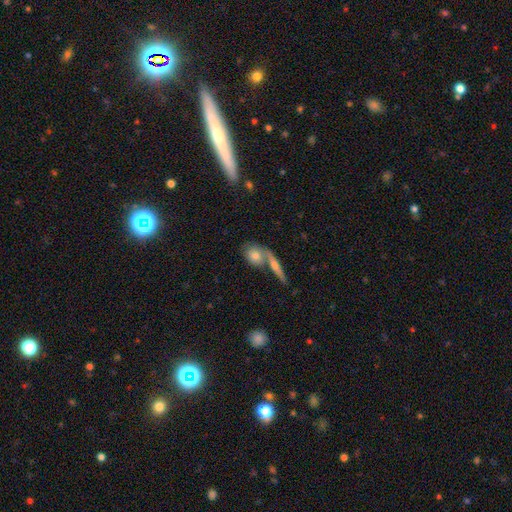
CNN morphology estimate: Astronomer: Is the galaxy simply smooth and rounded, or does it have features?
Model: smooth — 59%.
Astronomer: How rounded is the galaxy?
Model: round — 46% (runner-up: in between, 42%).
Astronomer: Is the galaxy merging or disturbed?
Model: none — 47% (runner-up: merger, 39%).